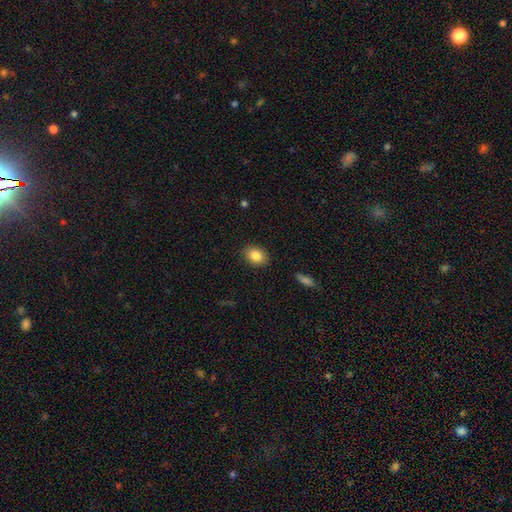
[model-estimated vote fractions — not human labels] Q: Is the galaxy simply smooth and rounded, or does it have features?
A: smooth — 84%.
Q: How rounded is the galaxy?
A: in between — 70%.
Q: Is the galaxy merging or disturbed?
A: none — 89%.